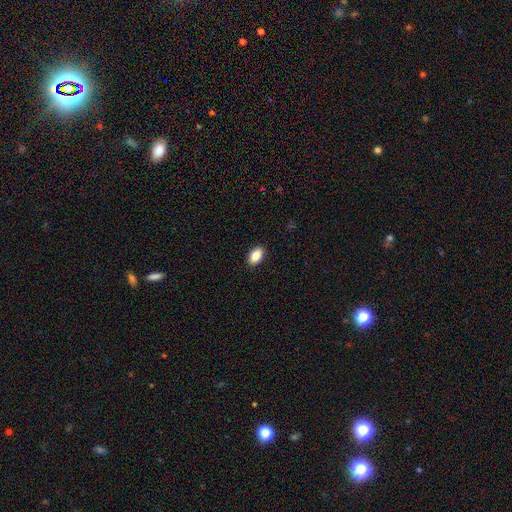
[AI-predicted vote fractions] Q: Smooth or featured?
A: smooth (86%); runner-up: star or artifact (7%)
Q: How rounded?
A: in between (92%); runner-up: round (6%)
Q: Merging?
A: none (91%); runner-up: minor disturbance (7%)